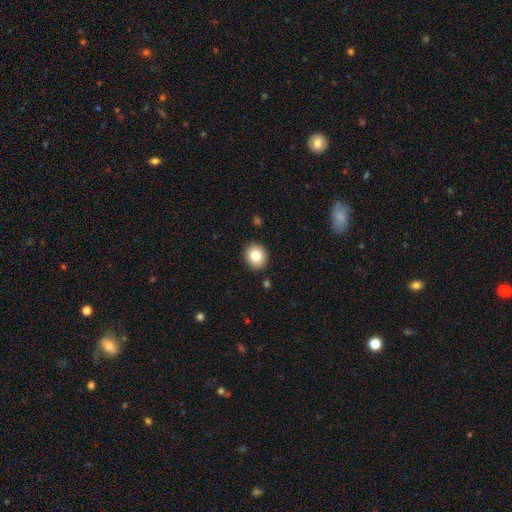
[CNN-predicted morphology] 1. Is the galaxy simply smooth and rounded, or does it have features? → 82% smooth, 9% featured or disk, 9% star or artifact.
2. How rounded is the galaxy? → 75% round, 24% in between, 1% cigar-shaped.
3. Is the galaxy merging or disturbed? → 90% none, 7% minor disturbance, 2% major disturbance, 1% merger.